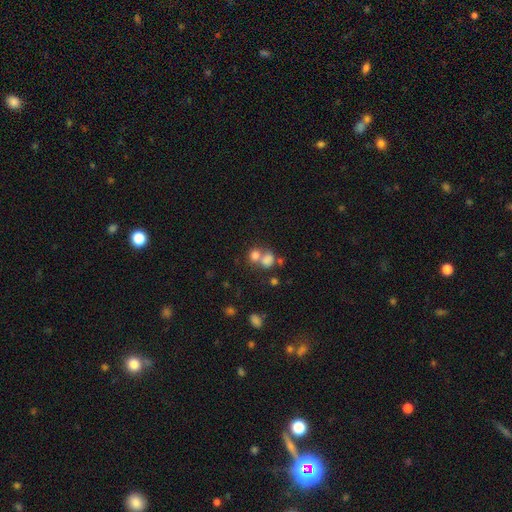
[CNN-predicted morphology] This is likely a smooth galaxy (75%). How rounded: likely round (65%). Merging: possibly merger (54%).